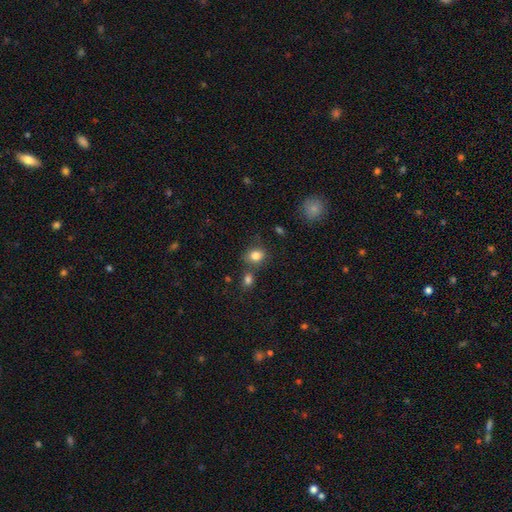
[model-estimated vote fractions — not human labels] smooth-or-featured: smooth: 82% | star or artifact: 11% | featured or disk: 7%
  how-rounded: in between: 50% | round: 49% | cigar-shaped: 1%
  merging: none: 65% | merger: 16% | minor disturbance: 15% | major disturbance: 5%